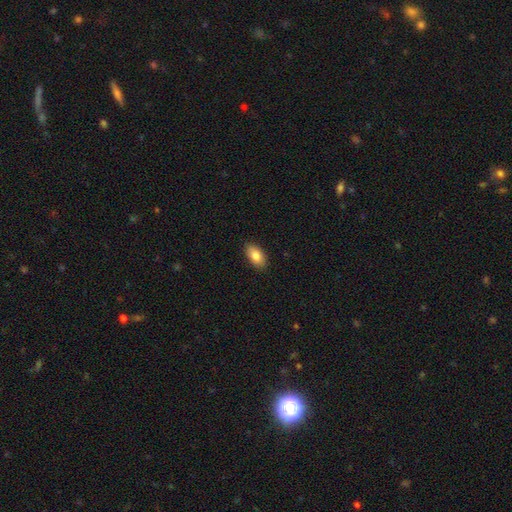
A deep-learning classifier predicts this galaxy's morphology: Smooth or featured? Predicted: smooth (p=0.83). How rounded? Predicted: in between (p=0.93). Merging? Predicted: none (p=0.89).